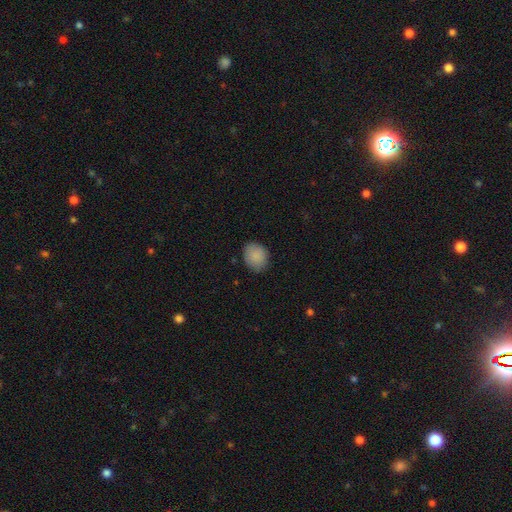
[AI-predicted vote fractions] Smooth or featured: smooth — 88% (star or artifact — 7%)
How rounded: round — 53% (in between — 46%)
Merging: none — 81% (minor disturbance — 15%)